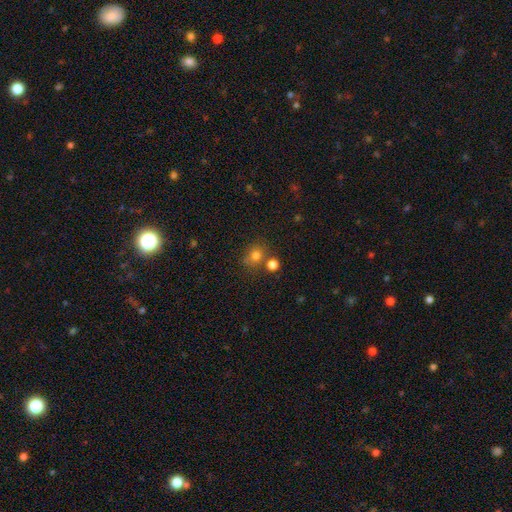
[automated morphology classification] A smooth galaxy with no disk features (76%) that is round (76%).

Vote fractions:
- Smooth or featured? smooth: 76% / star or artifact: 16% / featured or disk: 8%
- How rounded? round: 76% / in between: 23% / cigar-shaped: 1%
- Merging? none: 62% / merger: 21% / minor disturbance: 12% / major disturbance: 5%